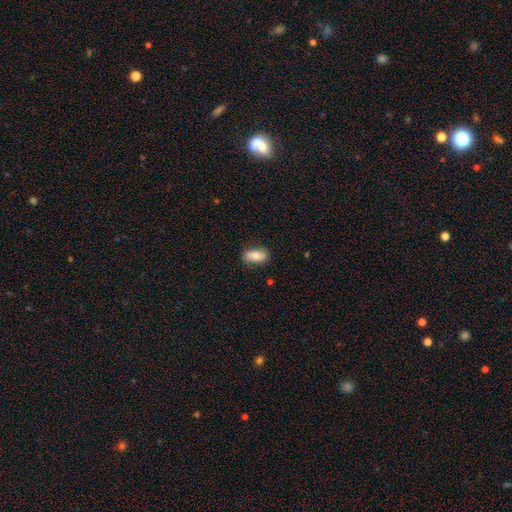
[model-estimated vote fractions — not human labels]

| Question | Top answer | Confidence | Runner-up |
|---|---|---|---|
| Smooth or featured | smooth | 72% | featured or disk (21%) |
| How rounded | in between | 88% | cigar-shaped (7%) |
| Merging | none | 81% | minor disturbance (15%) |